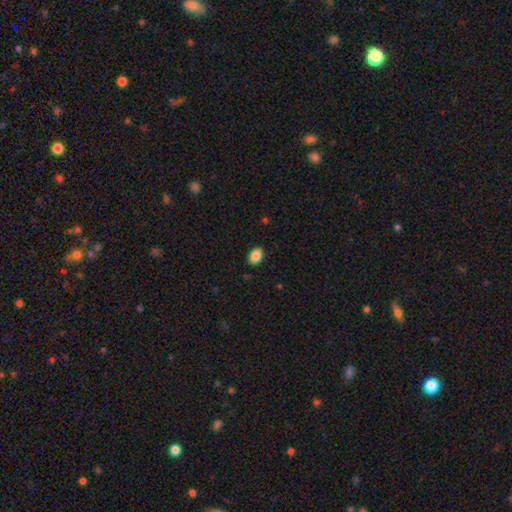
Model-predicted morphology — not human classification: Smooth or featured? Predicted: smooth (p=0.88). How rounded? Predicted: in between (p=0.82). Merging? Predicted: none (p=0.89).